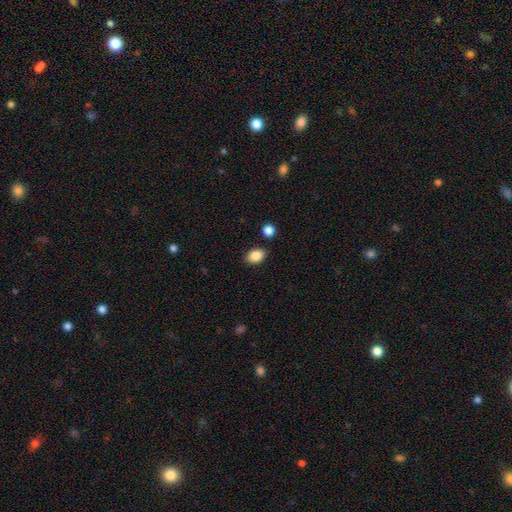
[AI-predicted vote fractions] This is clearly a smooth galaxy (87%). How rounded: clearly in between (81%). Merging: clearly none (85%).